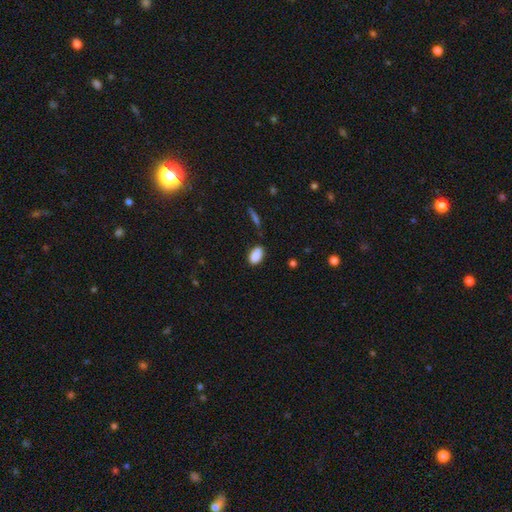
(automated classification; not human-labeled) Smooth or featured?
  - smooth: 88% *
  - star or artifact: 8%
  - featured or disk: 4%
How rounded?
  - in between: 92% *
  - round: 6%
  - cigar-shaped: 2%
Merging?
  - none: 76% *
  - minor disturbance: 19%
  - major disturbance: 3%
  - merger: 2%